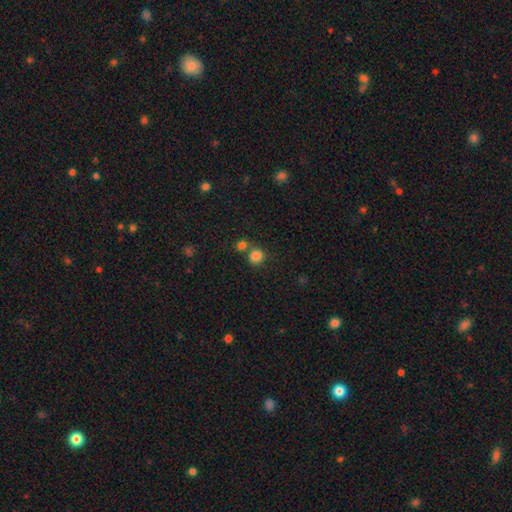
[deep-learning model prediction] Smooth or featured?
  - smooth: 82% *
  - star or artifact: 13%
  - featured or disk: 5%
How rounded?
  - round: 81% *
  - in between: 18%
  - cigar-shaped: 1%
Merging?
  - none: 58% *
  - merger: 29%
  - minor disturbance: 9%
  - major disturbance: 4%